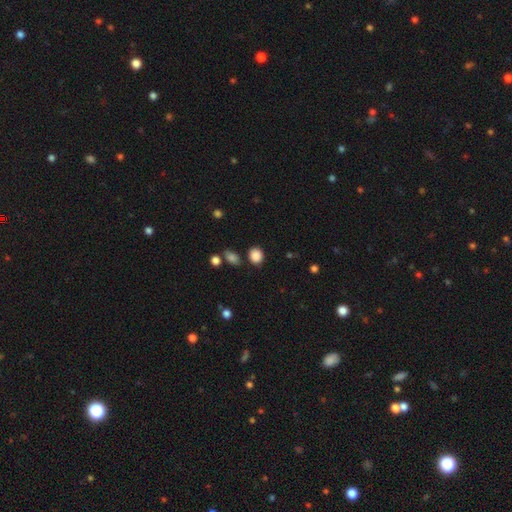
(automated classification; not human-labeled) Smooth or featured: smooth — 86% (star or artifact — 10%)
How rounded: round — 72% (in between — 27%)
Merging: none — 81% (minor disturbance — 12%)